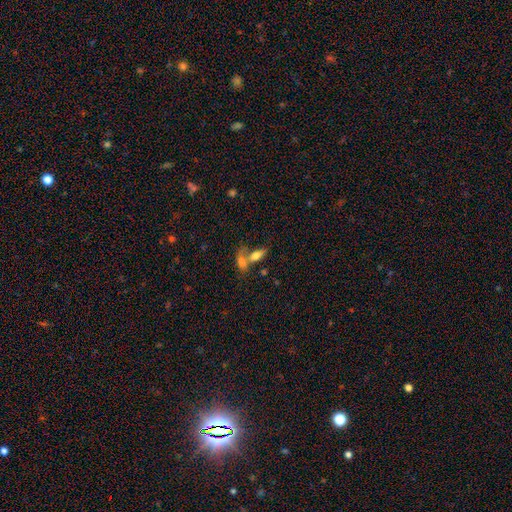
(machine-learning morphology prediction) Smooth or featured: smooth — 66% (featured or disk — 24%)
How rounded: in between — 74% (cigar-shaped — 21%)
Merging: merger — 54% (none — 32%)